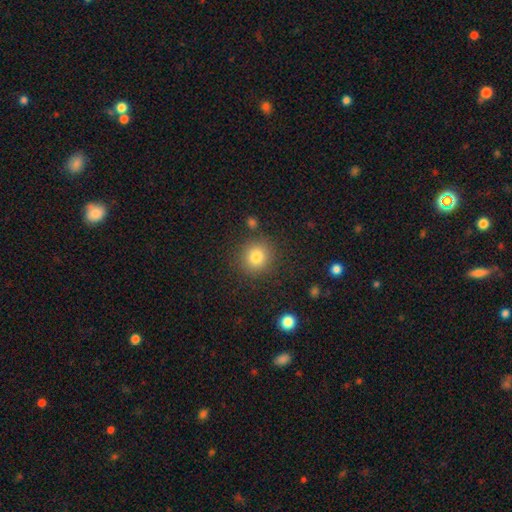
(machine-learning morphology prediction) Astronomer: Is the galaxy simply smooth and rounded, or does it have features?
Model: smooth — 81%.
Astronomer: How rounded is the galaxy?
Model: round — 91%.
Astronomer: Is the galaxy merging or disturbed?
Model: none — 88%.